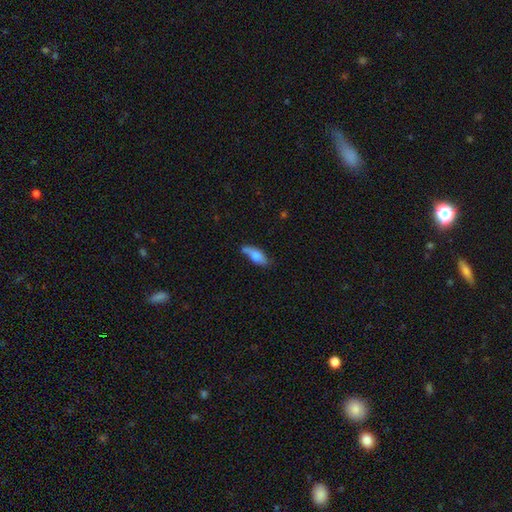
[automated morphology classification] A smooth galaxy with no disk features (69%) that is in between round and cigar-shaped (72%).

Vote fractions:
- Smooth or featured? smooth: 69% / featured or disk: 24% / star or artifact: 7%
- How rounded? in between: 72% / cigar-shaped: 25% / round: 3%
- Merging? none: 56% / minor disturbance: 29% / major disturbance: 7% / merger: 7%